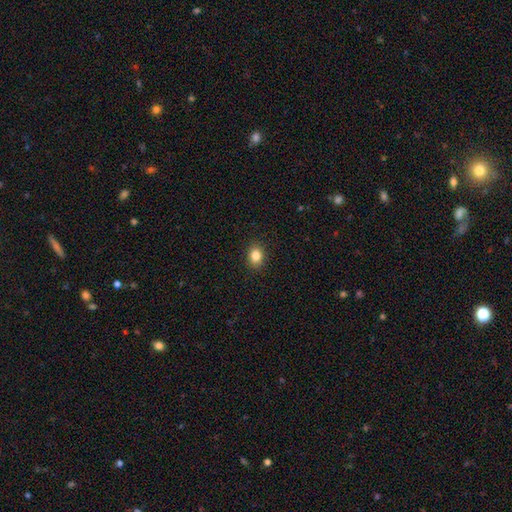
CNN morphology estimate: Overall: smooth (84%). How rounded: in between (50%; round 49%). Merging: none (90%).